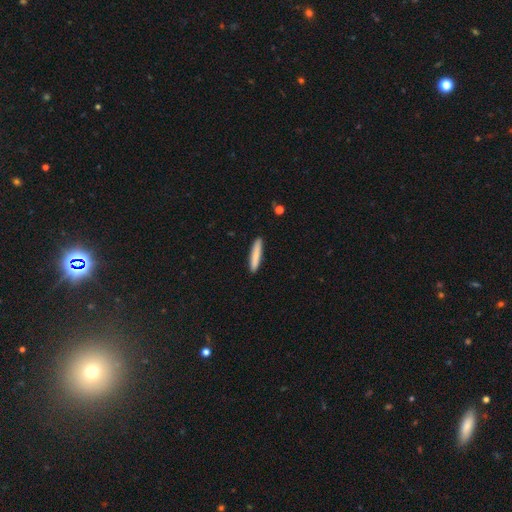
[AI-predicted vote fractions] A smooth galaxy with no disk features (82%) that is cigar-shaped (92%).

Vote fractions:
- Smooth or featured? smooth: 82% / featured or disk: 13% / star or artifact: 6%
- How rounded? cigar-shaped: 92% / in between: 7% / round: 1%
- Merging? none: 91% / minor disturbance: 7% / major disturbance: 1% / merger: 1%